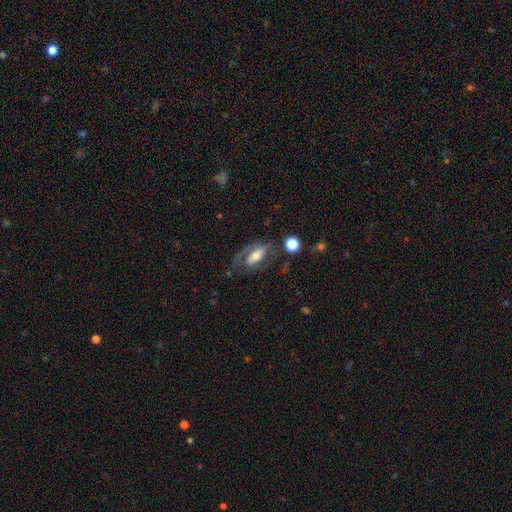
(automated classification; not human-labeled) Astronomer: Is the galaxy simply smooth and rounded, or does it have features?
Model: featured or disk — 53% (runner-up: smooth, 39%).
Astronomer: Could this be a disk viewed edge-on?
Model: no — 85%.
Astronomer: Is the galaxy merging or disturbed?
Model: none — 44% (runner-up: major disturbance, 30%).